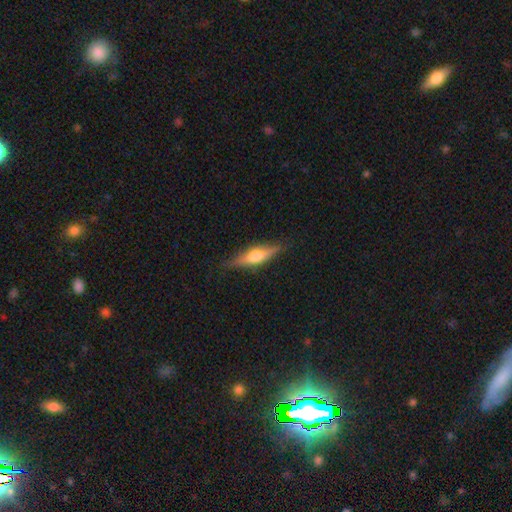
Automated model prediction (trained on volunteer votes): Overall: featured or disk (57%; smooth 37%). Edge-on disk: yes (94%). Edge-on bulge: rounded (90%). Merging: none (85%).